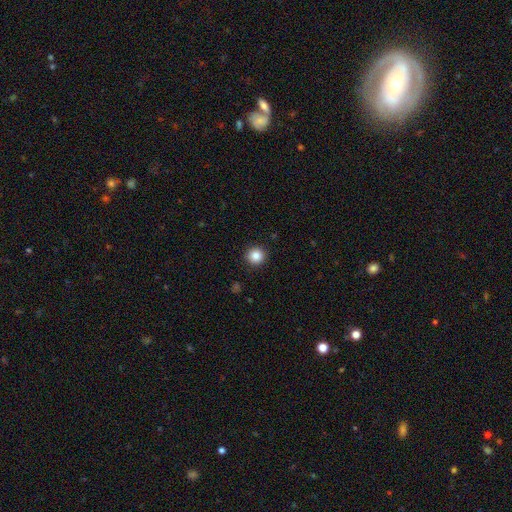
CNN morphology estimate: A smooth galaxy with no disk features (85%) that is round (94%). Merging: none (92%).